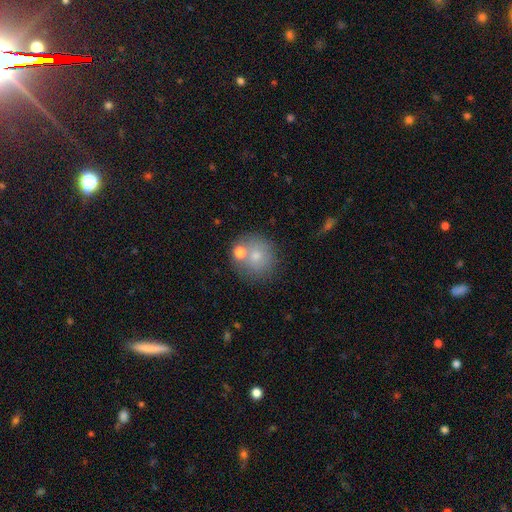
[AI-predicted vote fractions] Smooth or featured?
  - smooth: 73% *
  - featured or disk: 16%
  - star or artifact: 11%
How rounded?
  - round: 91% *
  - in between: 8%
  - cigar-shaped: 1%
Merging?
  - none: 65% *
  - merger: 20%
  - minor disturbance: 11%
  - major disturbance: 4%